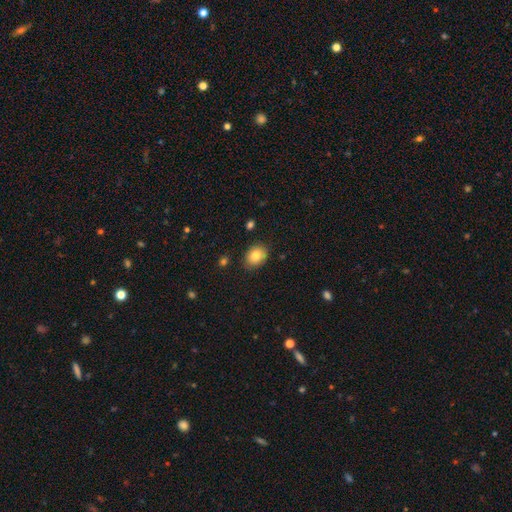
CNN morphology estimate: smooth 81%, featured or disk 10%, star or artifact 9%. Down the decision tree: how rounded — in between (54%); merging — none (86%).